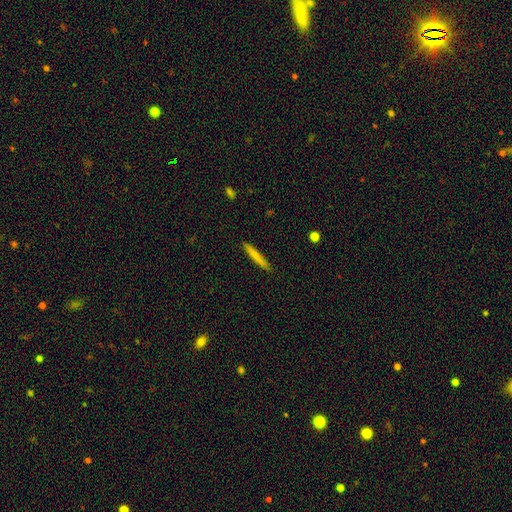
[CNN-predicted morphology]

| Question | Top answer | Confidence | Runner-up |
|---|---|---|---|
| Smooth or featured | smooth | 67% | featured or disk (27%) |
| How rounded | cigar-shaped | 94% | in between (4%) |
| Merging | none | 89% | minor disturbance (9%) |